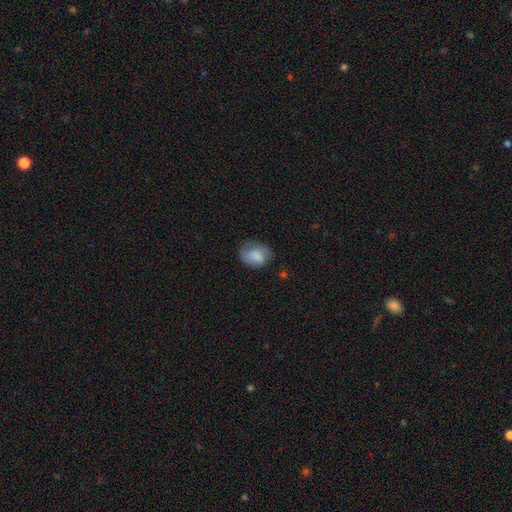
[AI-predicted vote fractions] Smooth or featured?
  - smooth: 78% *
  - featured or disk: 14%
  - star or artifact: 8%
How rounded?
  - in between: 62% *
  - round: 37%
  - cigar-shaped: 1%
Merging?
  - none: 55% *
  - minor disturbance: 31%
  - major disturbance: 13%
  - merger: 2%